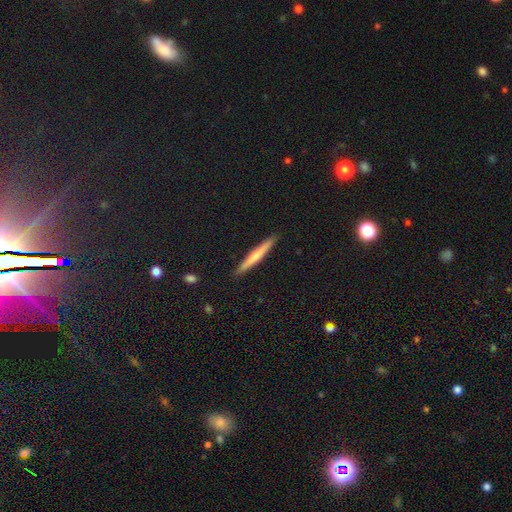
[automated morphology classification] Smooth or featured: smooth — 55% (featured or disk — 38%)
How rounded: cigar-shaped — 96% (in between — 3%)
Merging: none — 90% (minor disturbance — 7%)